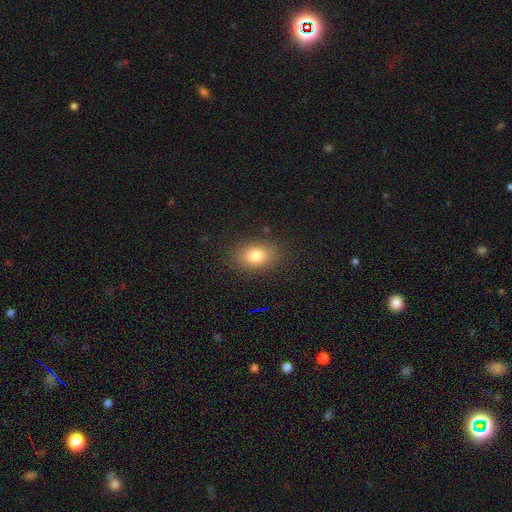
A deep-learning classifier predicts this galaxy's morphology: Smooth or featured? smooth (79%)
How rounded? in between (68%)
Merging? none (86%)